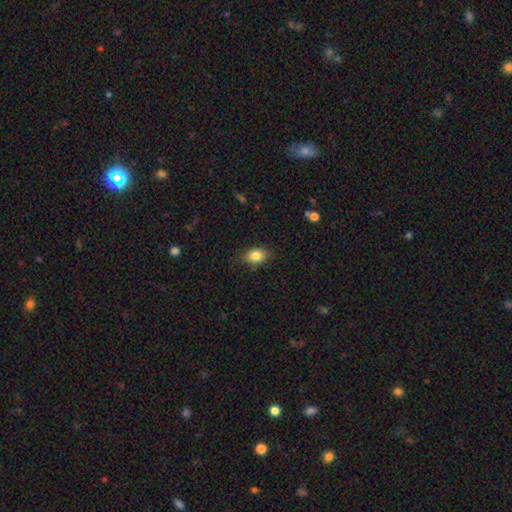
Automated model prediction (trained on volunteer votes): Smooth or featured? Predicted: smooth (p=0.84). How rounded? Predicted: in between (p=0.79). Merging? Predicted: none (p=0.85).